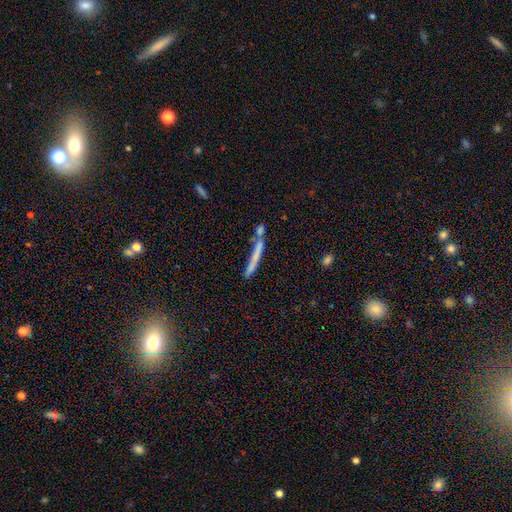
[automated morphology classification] smooth-or-featured: smooth: 56% | featured or disk: 35% | star or artifact: 9%
  how-rounded: cigar-shaped: 95% | in between: 3% | round: 2%
  merging: none: 61% | merger: 18% | minor disturbance: 15% | major disturbance: 6%